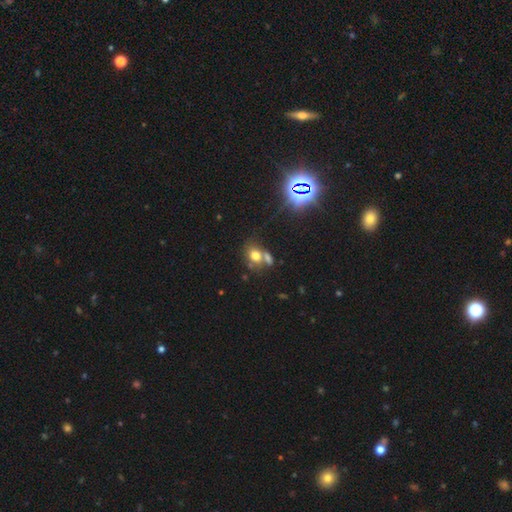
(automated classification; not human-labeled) This appears to be a smooth galaxy with no disk features (68%) that is in between round and cigar-shaped (49%, tied with round). Merging: none (42%).